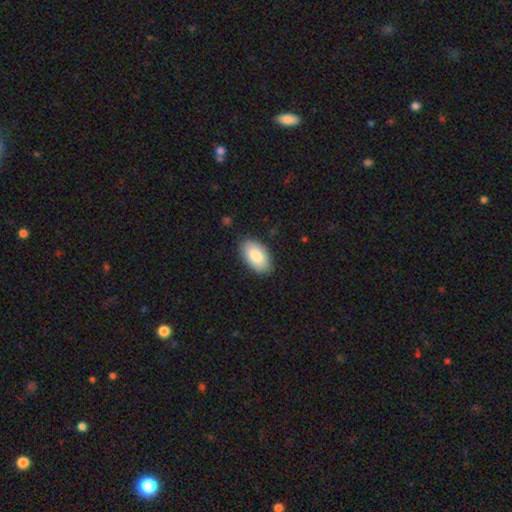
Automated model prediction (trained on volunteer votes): Overall: smooth (84%). How rounded: in between (95%). Merging: none (86%).